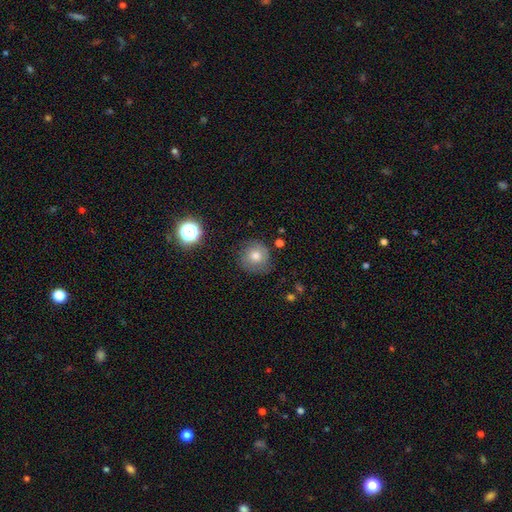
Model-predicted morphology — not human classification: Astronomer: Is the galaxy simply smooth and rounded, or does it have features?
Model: smooth — 68%.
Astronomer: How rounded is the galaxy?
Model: round — 91%.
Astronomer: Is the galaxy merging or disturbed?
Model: none — 77%.